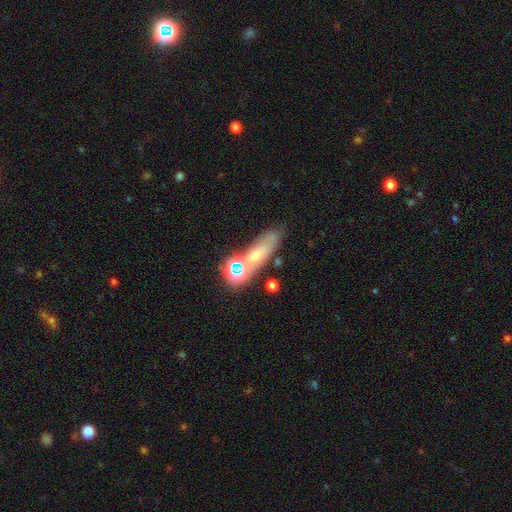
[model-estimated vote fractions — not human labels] smooth 41%, star or artifact 29%, featured or disk 29%. Down the decision tree: merging — none (54%).